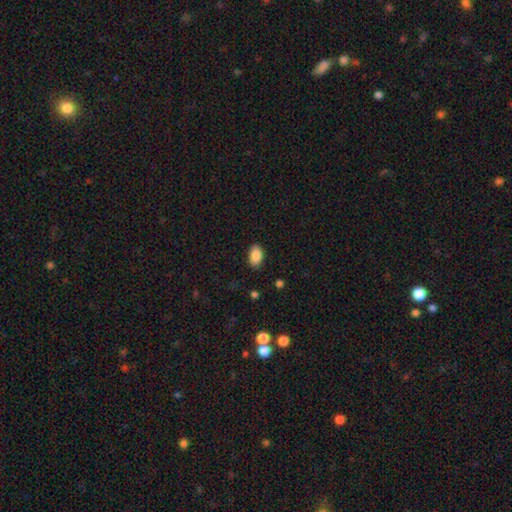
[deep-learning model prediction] Smooth or featured? smooth (89%)
How rounded? in between (93%)
Merging? none (87%)